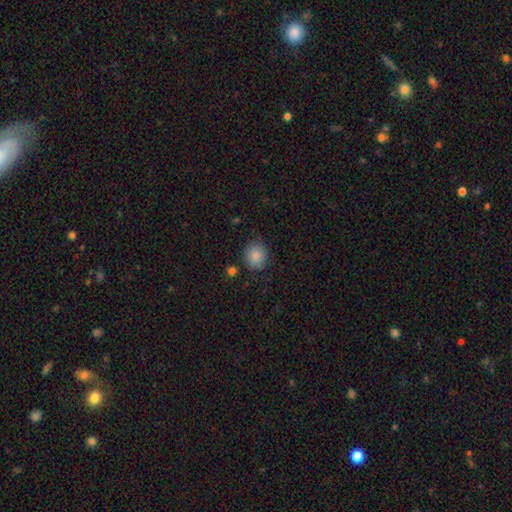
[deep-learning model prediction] A smooth galaxy with no disk features (87%) that is round (77%). Merging: none (83%).